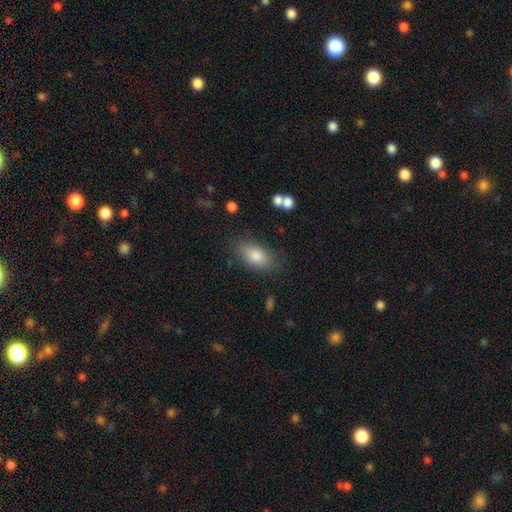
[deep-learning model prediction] This appears to be a smooth galaxy with no disk features (81%) that is in between round and cigar-shaped (88%). Merging: none (79%).